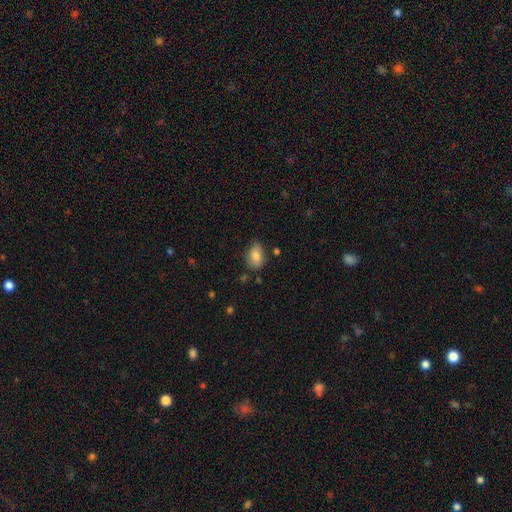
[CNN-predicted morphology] smooth_or_featured: smooth (p=0.81) [alt: featured or disk p=0.11]
how_rounded: in between (p=0.83) [alt: round p=0.15]
merging: none (p=0.70) [alt: minor disturbance p=0.23]